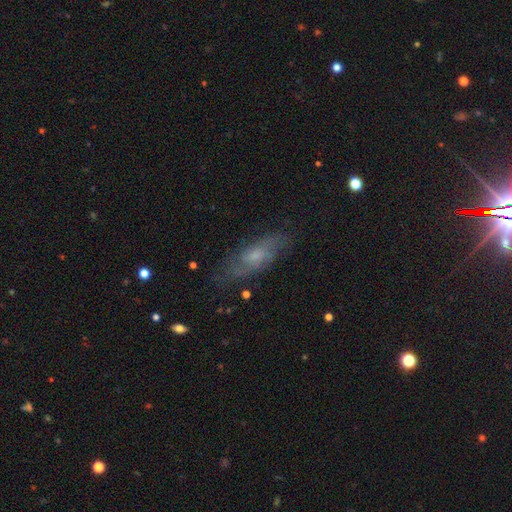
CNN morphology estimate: A featured or disk galaxy (55%). Merging: none (73%).